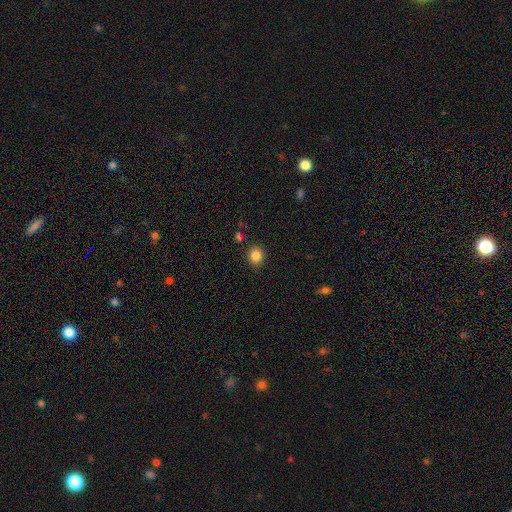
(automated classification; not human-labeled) smooth 85%, star or artifact 11%, featured or disk 5%. Down the decision tree: how rounded — round (79%); merging — none (87%).